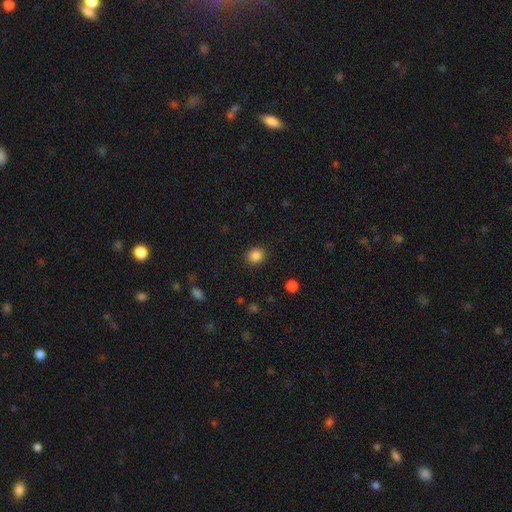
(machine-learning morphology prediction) smooth_or_featured: smooth (p=0.86) [alt: star or artifact p=0.11]
how_rounded: round (p=0.76) [alt: in between p=0.23]
merging: none (p=0.89) [alt: minor disturbance p=0.07]